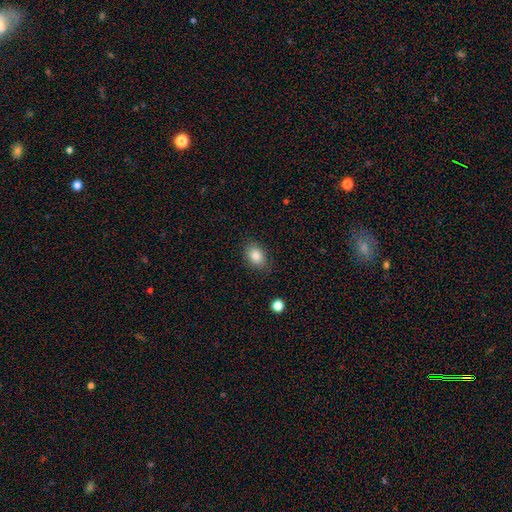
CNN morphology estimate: Smooth or featured: smooth — 84% (star or artifact — 9%)
How rounded: in between — 77% (round — 21%)
Merging: none — 83% (minor disturbance — 13%)